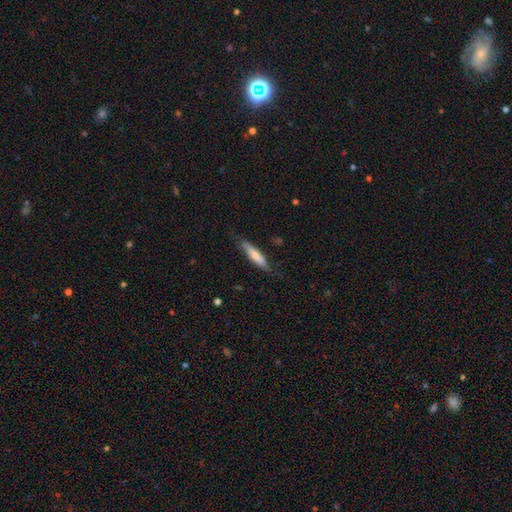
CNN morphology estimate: A smooth galaxy with no disk features (67%) that is cigar-shaped (83%). Merging: none (74%).